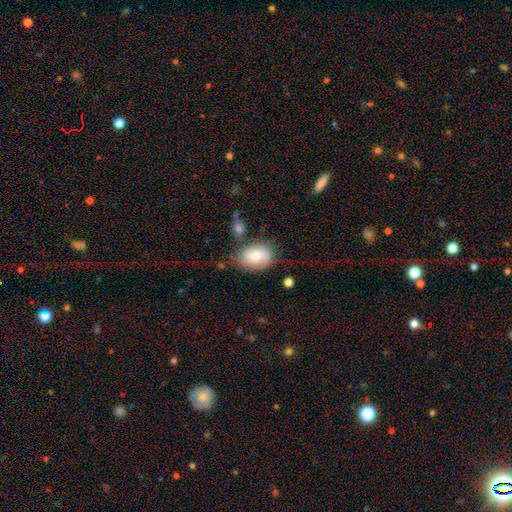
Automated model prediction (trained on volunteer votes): Overall: smooth (59%; featured or disk 33%). How rounded: in between (75%). Merging: none (67%).